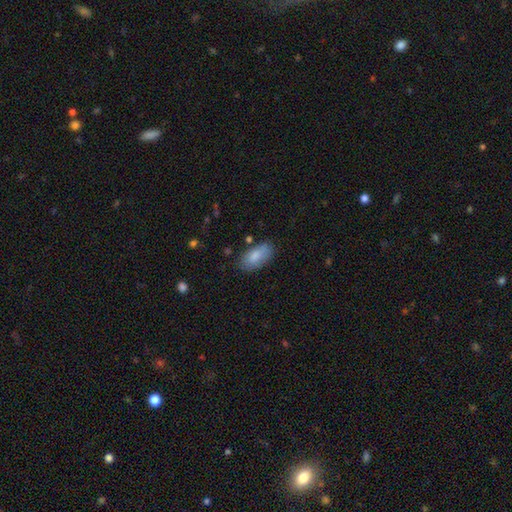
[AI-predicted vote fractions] smooth-or-featured: smooth: 83% | featured or disk: 11% | star or artifact: 6%
  how-rounded: in between: 91% | cigar-shaped: 6% | round: 2%
  merging: none: 76% | minor disturbance: 18% | major disturbance: 4% | merger: 3%